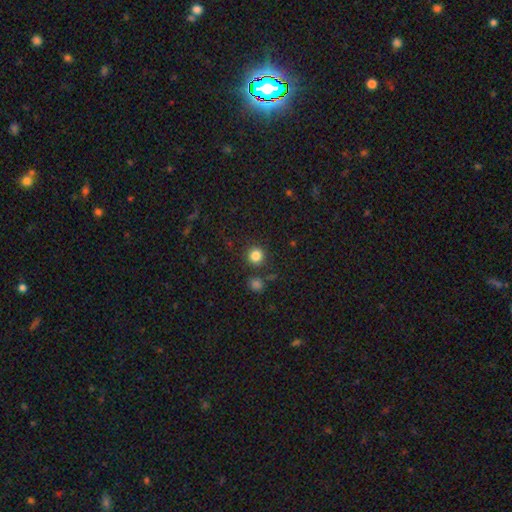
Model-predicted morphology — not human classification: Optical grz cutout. It shows a smooth galaxy with no disk features (84%) that is round (92%). Merging: none (86%).